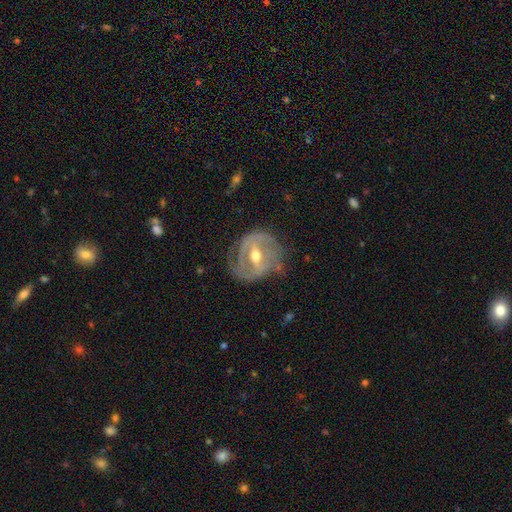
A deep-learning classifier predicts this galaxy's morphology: smooth-or-featured: featured or disk: 83% | smooth: 12% | star or artifact: 5%
  disk-edge-on: no: 95% | yes: 5%
    bar: strong: 43% | weak: 42% | no: 15%
    has-spiral-arms: yes: 80% | no: 20%
      spiral-winding: tight: 51% | medium: 35% | loose: 14%
      spiral-arm-count: 2: 52% | can't tell: 26% | 3: 10% | 1: 7% | 4: 3% | more than 4: 2%
    bulge-size: moderate: 76% | small: 18% | large: 4% | none: 1% | dominant: 1%
  merging: none: 65% | minor disturbance: 22% | major disturbance: 11% | merger: 2%